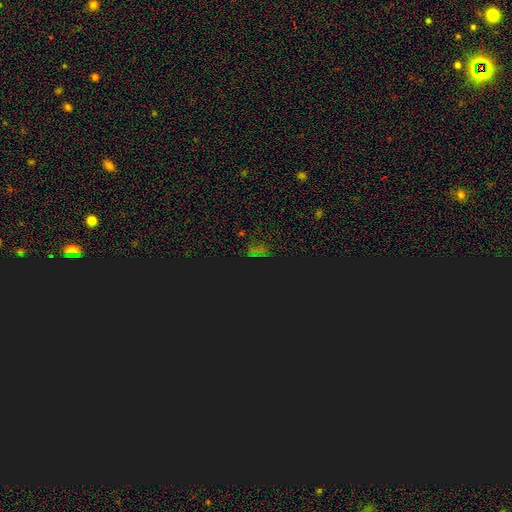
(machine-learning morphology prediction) A star or artifact, not a galaxy (75%).